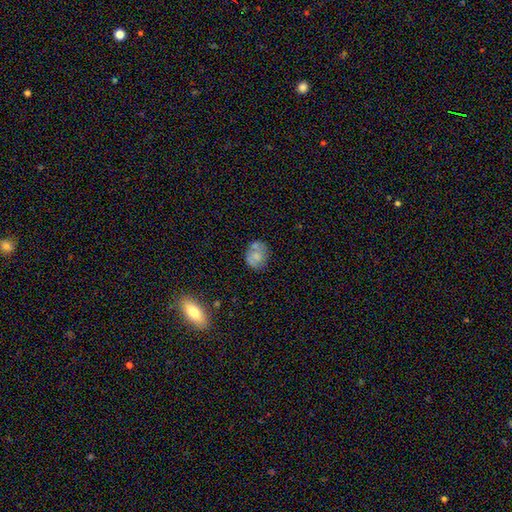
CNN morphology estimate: Overall: smooth (63%; featured or disk 27%). How rounded: round (58%; in between 41%). Merging: none (57%; minor disturbance 22%).